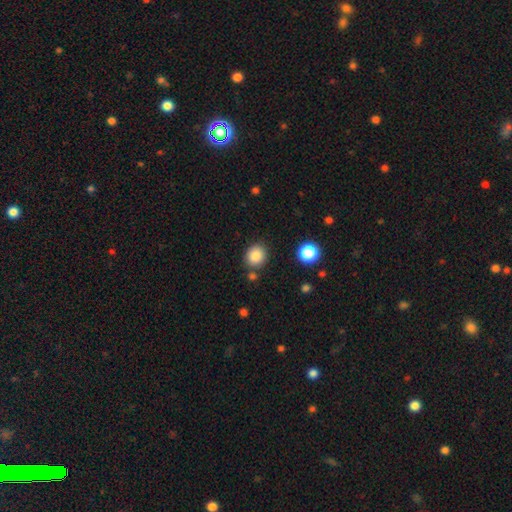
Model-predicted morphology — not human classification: Overall: smooth (86%). How rounded: round (82%). Merging: none (82%).